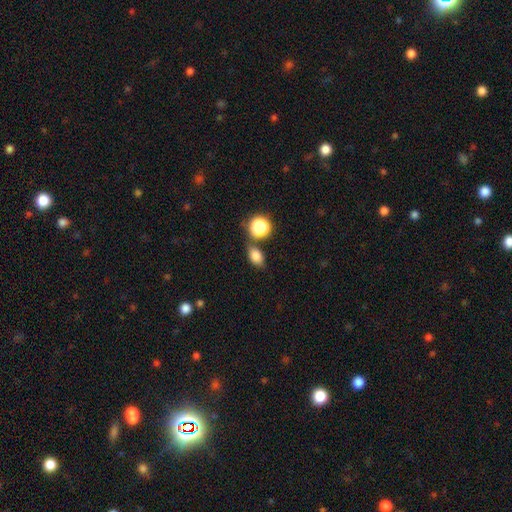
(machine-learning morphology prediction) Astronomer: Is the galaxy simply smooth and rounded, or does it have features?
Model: smooth — 81%.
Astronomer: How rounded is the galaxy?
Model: in between — 75%.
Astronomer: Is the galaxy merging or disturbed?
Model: none — 69%.